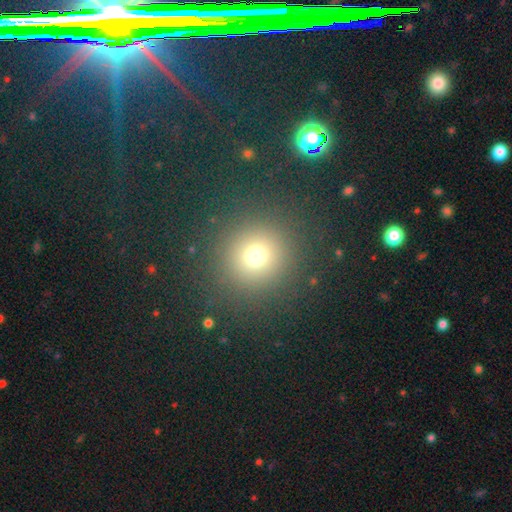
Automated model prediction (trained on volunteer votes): smooth 71%, star or artifact 21%, featured or disk 9%. Down the decision tree: how rounded — round (93%); merging — none (88%).